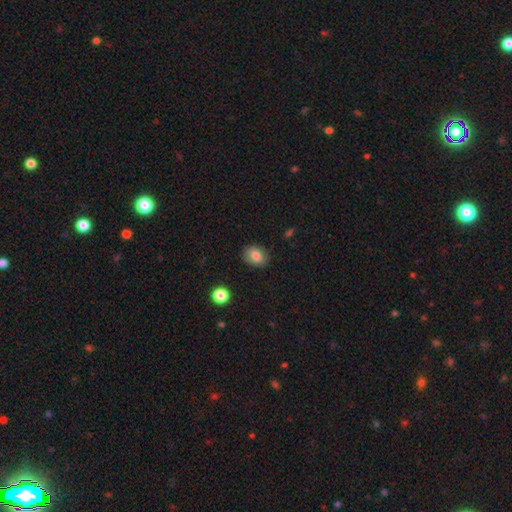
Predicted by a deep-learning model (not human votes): Smooth or featured? Predicted: smooth (p=0.75). How rounded? Predicted: in between (p=0.60). Merging? Predicted: none (p=0.83).